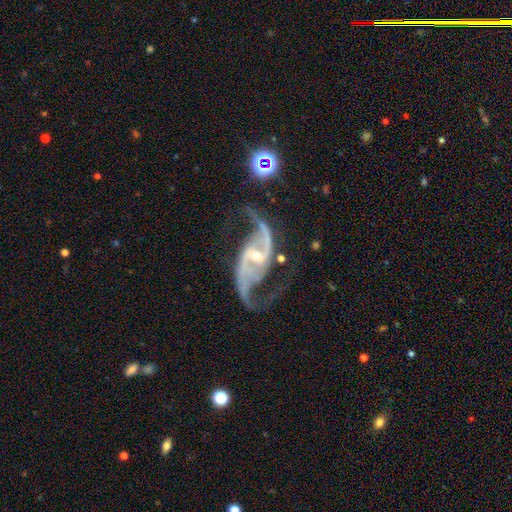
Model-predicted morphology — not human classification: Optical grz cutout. It shows a featured or disk galaxy (92%) with a weak bar (41%), 2 (92%) loose (68%) spiral arms (98%) and a small central bulge (64%). Merging: none (64%).